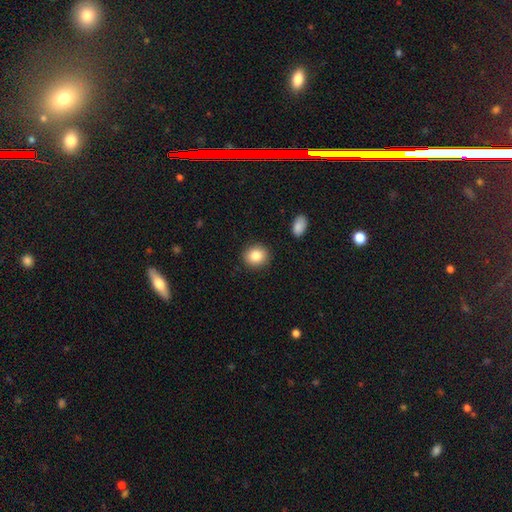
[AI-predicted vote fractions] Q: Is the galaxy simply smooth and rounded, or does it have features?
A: smooth — 84%.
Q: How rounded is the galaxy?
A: round — 79%.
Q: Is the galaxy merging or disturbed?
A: none — 90%.